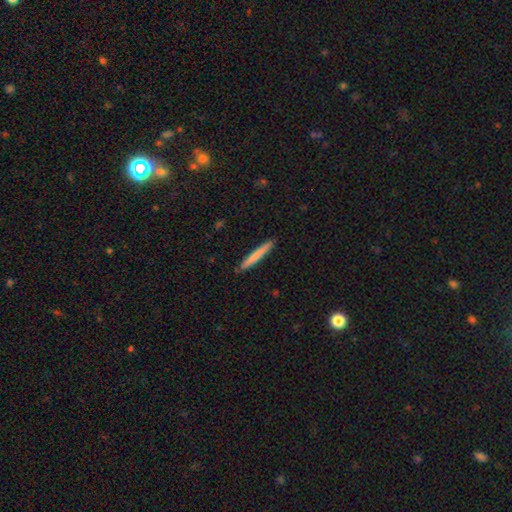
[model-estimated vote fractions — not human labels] Smooth or featured: smooth — 74% (featured or disk — 21%)
How rounded: cigar-shaped — 96% (in between — 3%)
Merging: none — 91% (minor disturbance — 7%)